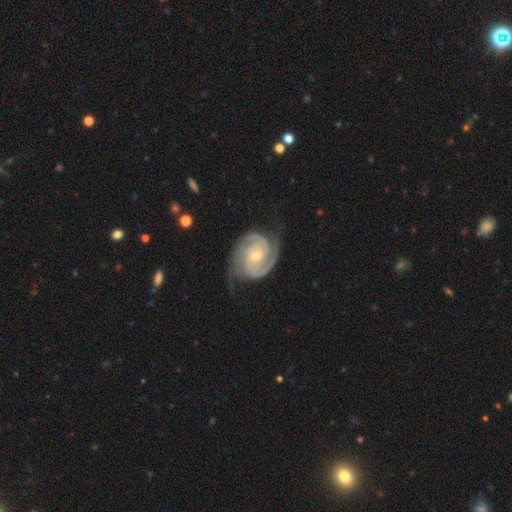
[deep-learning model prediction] featured or disk 91%, smooth 5%, star or artifact 4%. Down the decision tree: edge-on disk — no (98%); bar — no (61%); spiral arms — yes (98%); spiral arm count — 2 (74%); spiral winding — tight (60%); bulge size — small (57%); merging — none (70%).